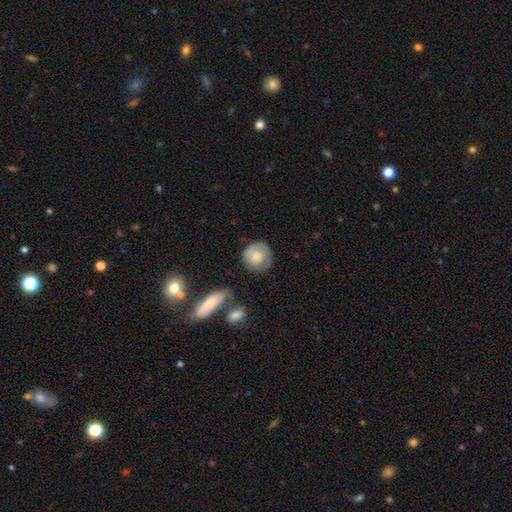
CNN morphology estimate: Smooth or featured: smooth — 75% (featured or disk — 19%)
How rounded: round — 88% (in between — 10%)
Merging: none — 69% (minor disturbance — 21%)